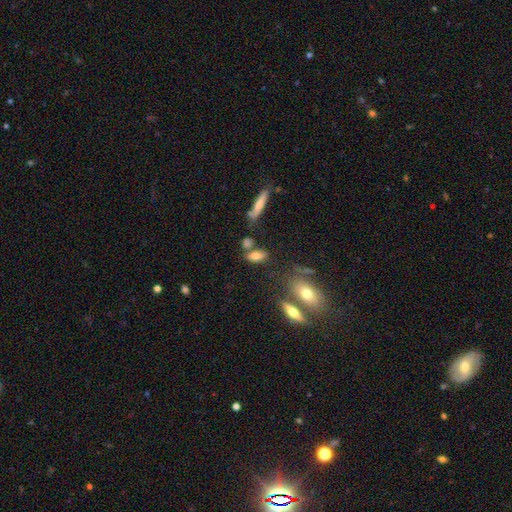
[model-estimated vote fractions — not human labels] A smooth galaxy with no disk features (74%) that is in between round and cigar-shaped (77%).

Vote fractions:
- Smooth or featured? smooth: 74% / featured or disk: 16% / star or artifact: 10%
- How rounded? in between: 77% / cigar-shaped: 17% / round: 5%
- Merging? none: 62% / merger: 18% / minor disturbance: 14% / major disturbance: 5%